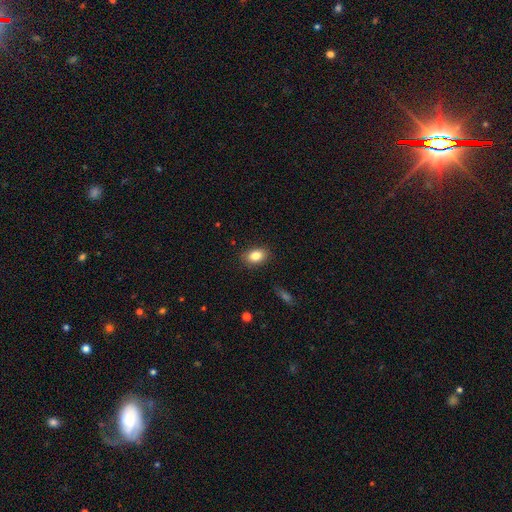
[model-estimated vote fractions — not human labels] The model was most divided on "how rounded": in between: 82%, round: 16%, cigar-shaped: 1%. More confident: merging — none (87%); smooth or featured — smooth (84%).